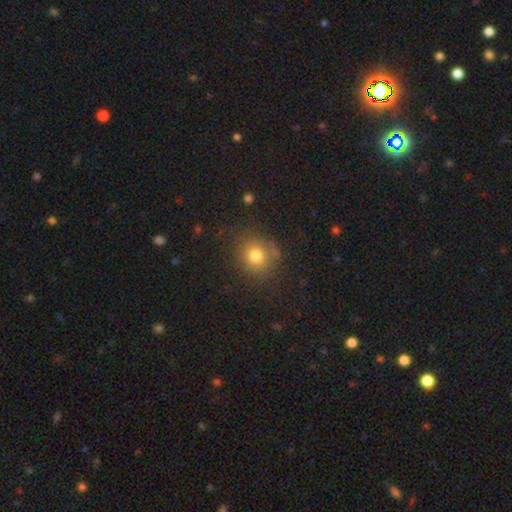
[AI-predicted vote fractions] Smooth or featured? smooth (75%)
How rounded? round (82%)
Merging? none (75%)